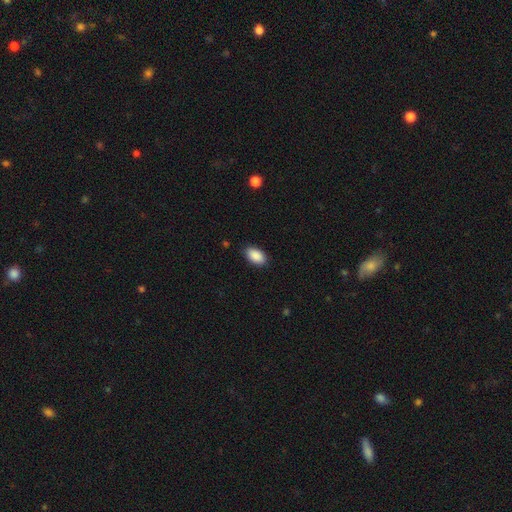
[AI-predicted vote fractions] Overall: smooth (90%). How rounded: in between (94%). Merging: none (87%).